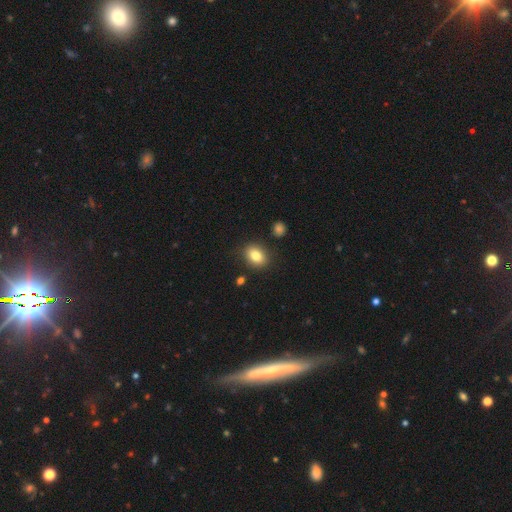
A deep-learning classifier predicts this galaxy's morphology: Q: Smooth or featured?
A: smooth (83%); runner-up: star or artifact (9%)
Q: How rounded?
A: in between (71%); runner-up: round (28%)
Q: Merging?
A: none (84%); runner-up: minor disturbance (10%)